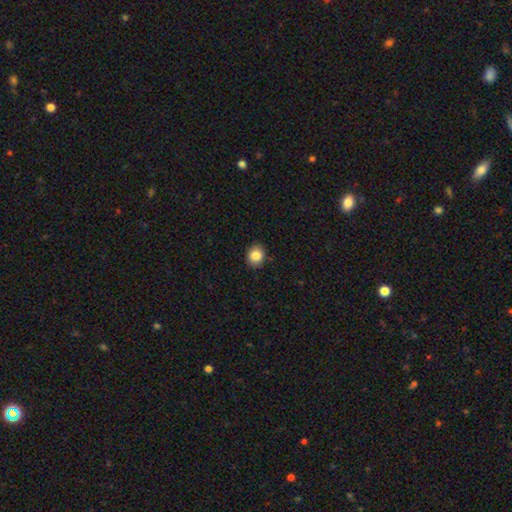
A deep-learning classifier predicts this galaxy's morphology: smooth_or_featured: smooth (p=0.85) [alt: star or artifact p=0.09]
how_rounded: round (p=0.63) [alt: in between p=0.36]
merging: none (p=0.90) [alt: minor disturbance p=0.07]